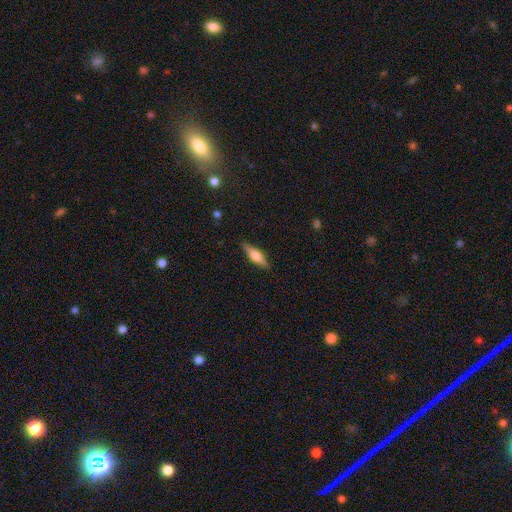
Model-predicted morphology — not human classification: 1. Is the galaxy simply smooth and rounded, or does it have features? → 47% smooth, 46% featured or disk, 7% star or artifact.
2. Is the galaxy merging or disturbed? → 88% none, 9% minor disturbance, 2% major disturbance, 1% merger.